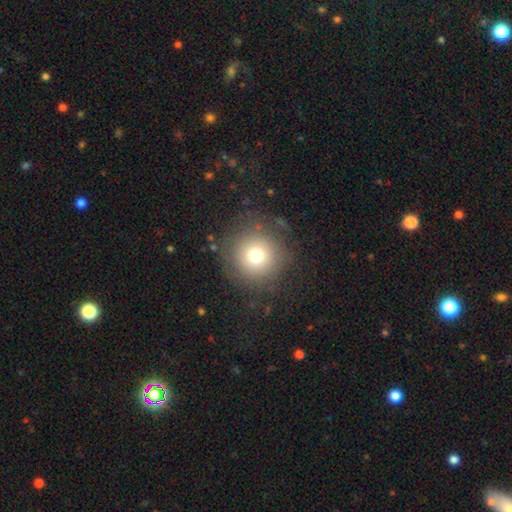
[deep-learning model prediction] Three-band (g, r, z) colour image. It shows a smooth galaxy with no disk features (72%) that is round (95%). Merging: none (83%).